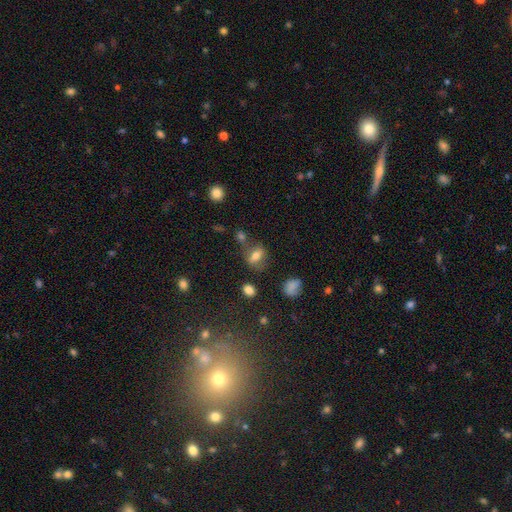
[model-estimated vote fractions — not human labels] A smooth galaxy with no disk features (62%) that is in between round and cigar-shaped (69%). Merging: none (62%).